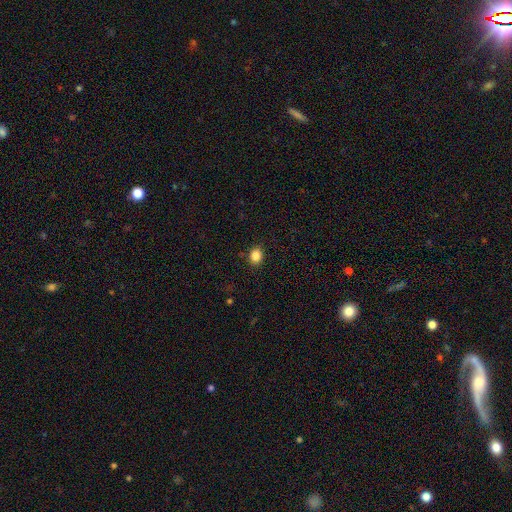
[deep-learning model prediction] A smooth galaxy with no disk features (86%) that is in between round and cigar-shaped (50%).

Vote fractions:
- Smooth or featured? smooth: 86% / star or artifact: 10% / featured or disk: 4%
- How rounded? in between: 50% / round: 49% / cigar-shaped: 1%
- Merging? none: 88% / minor disturbance: 9% / major disturbance: 2% / merger: 1%